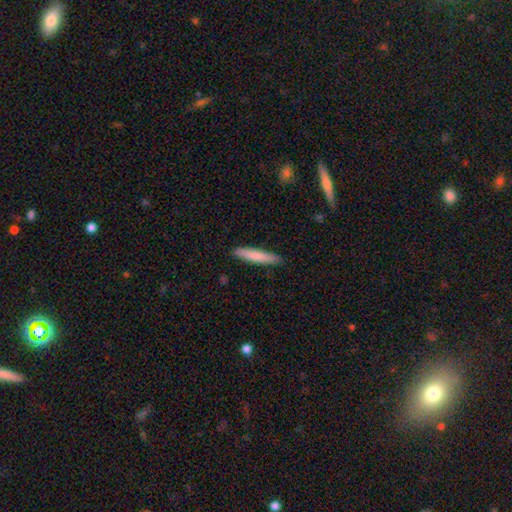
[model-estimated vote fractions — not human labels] smooth_or_featured: smooth (p=0.78) [alt: featured or disk p=0.16]
how_rounded: cigar-shaped (p=0.91) [alt: in between p=0.08]
merging: none (p=0.90) [alt: minor disturbance p=0.08]